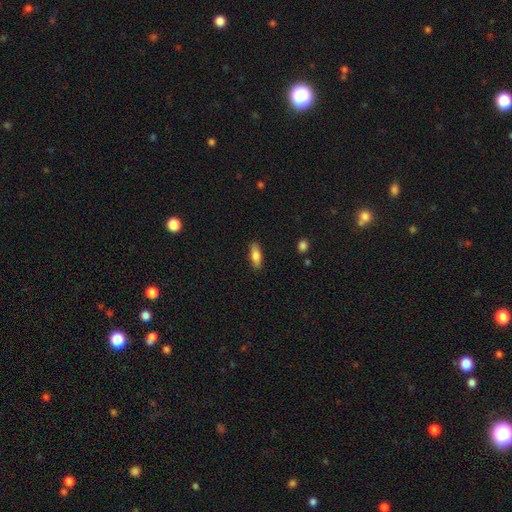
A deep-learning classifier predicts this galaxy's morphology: smooth_or_featured: smooth (p=0.81) [alt: featured or disk p=0.12]
how_rounded: in between (p=0.68) [alt: cigar-shaped p=0.30]
merging: none (p=0.86) [alt: minor disturbance p=0.10]